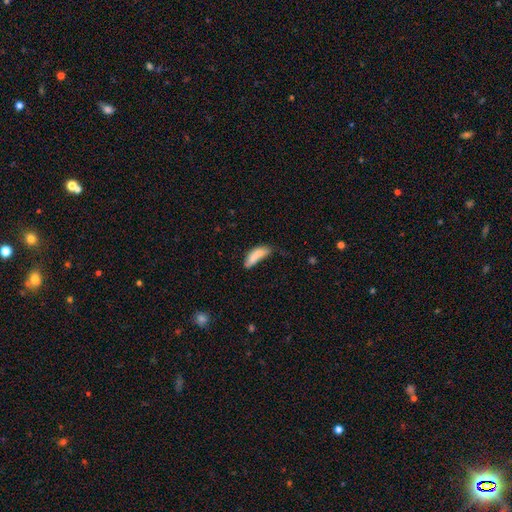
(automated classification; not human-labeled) Smooth or featured?
  - smooth: 79% *
  - featured or disk: 13%
  - star or artifact: 8%
How rounded?
  - in between: 60% *
  - cigar-shaped: 37%
  - round: 2%
Merging?
  - minor disturbance: 34% * (tied)
  - none: 34% * (tied)
  - major disturbance: 18%
  - merger: 14%